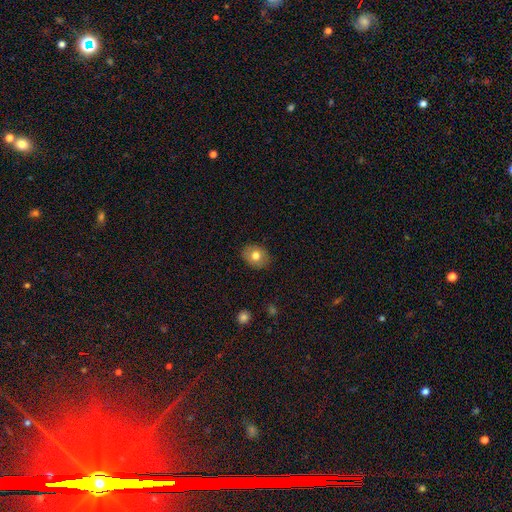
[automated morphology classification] Smooth or featured: smooth — 76% (featured or disk — 16%)
How rounded: in between — 53% (round — 46%)
Merging: none — 87% (minor disturbance — 10%)